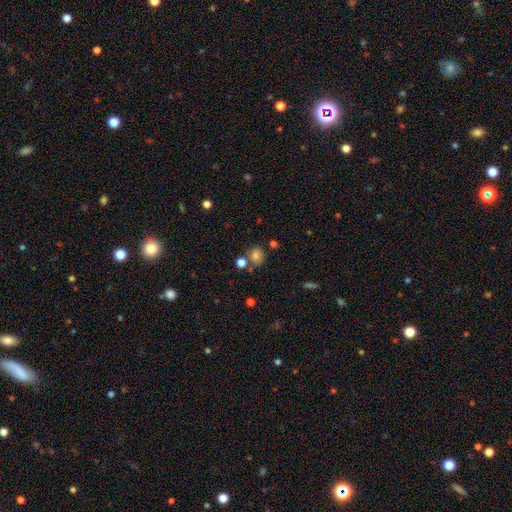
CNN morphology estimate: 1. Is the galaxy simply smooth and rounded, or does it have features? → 78% smooth, 14% star or artifact, 8% featured or disk.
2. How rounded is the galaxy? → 75% round, 24% in between, 1% cigar-shaped.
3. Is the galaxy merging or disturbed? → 71% none, 14% merger, 11% minor disturbance, 4% major disturbance.